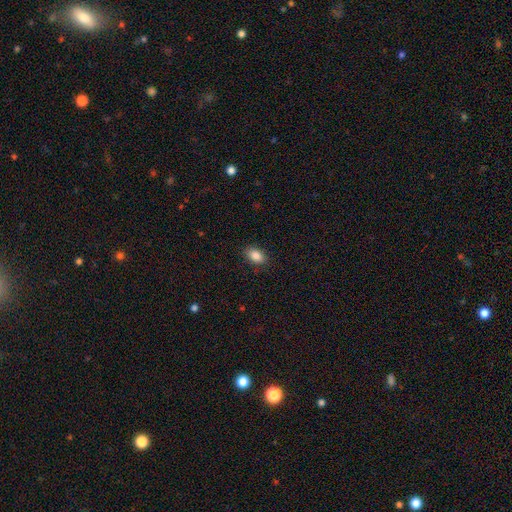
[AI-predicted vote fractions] Overall: smooth (88%). How rounded: in between (89%). Merging: none (87%).